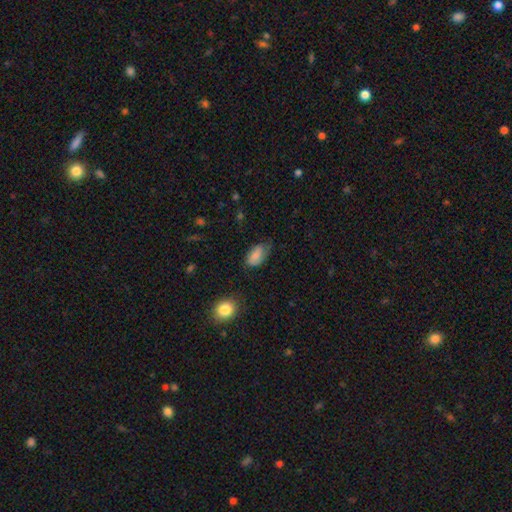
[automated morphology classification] Q: Smooth or featured?
A: smooth (81%); runner-up: featured or disk (11%)
Q: How rounded?
A: in between (93%); runner-up: round (5%)
Q: Merging?
A: none (48%); runner-up: minor disturbance (37%)